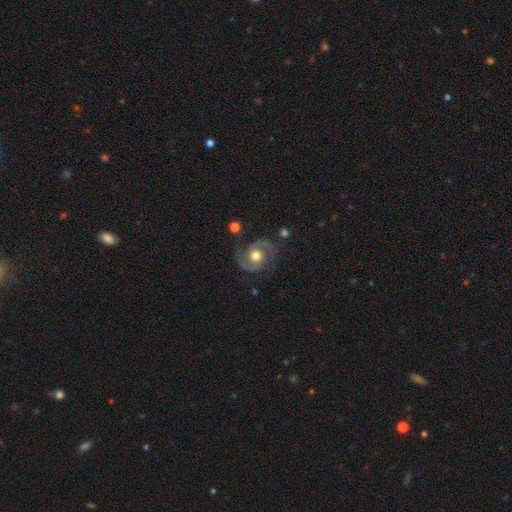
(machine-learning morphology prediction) This appears to be a featured or disk galaxy (89%) with no bar (74%), 2 (94%) medium (58%) spiral arms (97%) and a moderate central bulge (75%). Merging: none (81%).